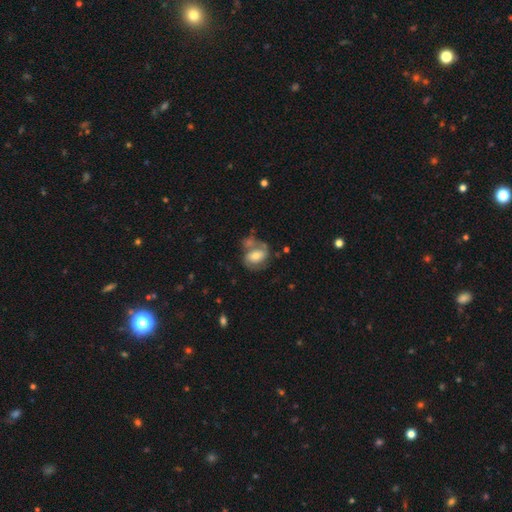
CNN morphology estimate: Smooth or featured? Predicted: featured or disk (p=0.54). Edge-on disk? Predicted: no (p=0.96). Bar? Predicted: no (p=0.44). Spiral arms? Predicted: yes (p=0.76). Bulge size? Predicted: moderate (p=0.57). Merging? Predicted: none (p=0.42).